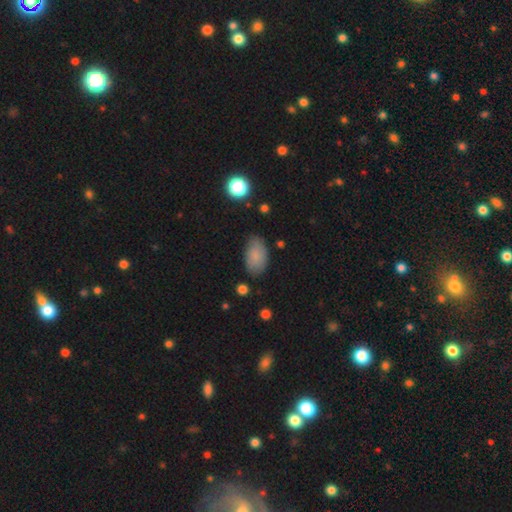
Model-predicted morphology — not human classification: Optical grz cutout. It shows a smooth galaxy with no disk features (79%) that is in between round and cigar-shaped (93%). Merging: none (73%).